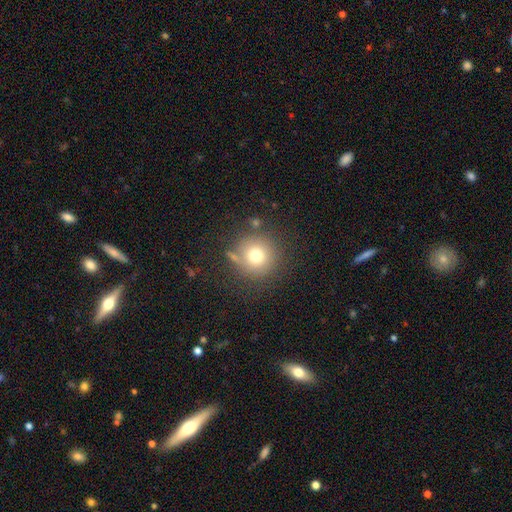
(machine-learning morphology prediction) smooth 72%, star or artifact 15%, featured or disk 13%. Down the decision tree: how rounded — round (94%); merging — none (79%).